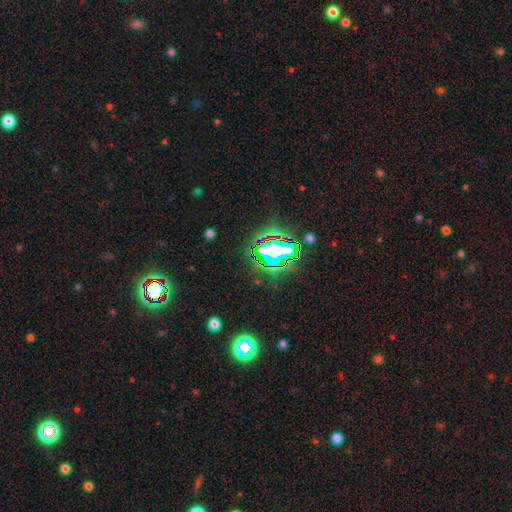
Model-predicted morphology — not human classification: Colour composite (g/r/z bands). It shows a star or artifact, not a galaxy (82%).